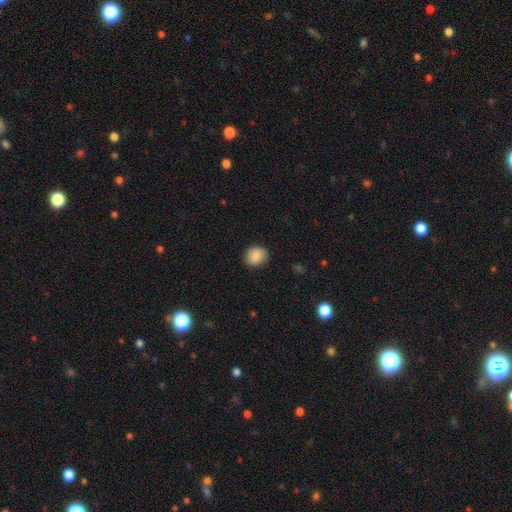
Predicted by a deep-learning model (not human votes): Smooth or featured? Predicted: smooth (p=0.86). How rounded? Predicted: round (p=0.72). Merging? Predicted: none (p=0.87).